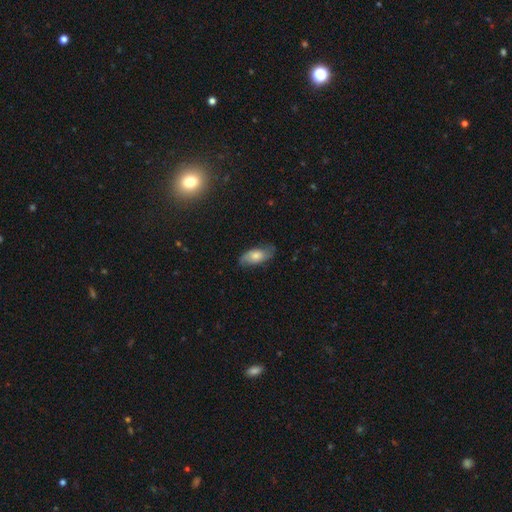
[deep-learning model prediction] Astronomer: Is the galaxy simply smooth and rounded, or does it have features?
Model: smooth — 59% (runner-up: featured or disk, 34%).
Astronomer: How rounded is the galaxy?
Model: in between — 86%.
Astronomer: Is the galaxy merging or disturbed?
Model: none — 72%.